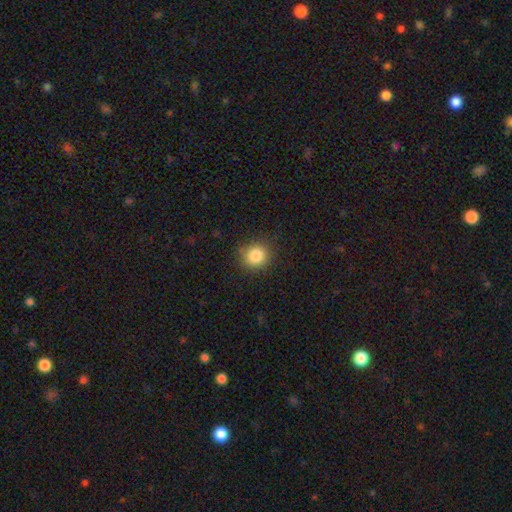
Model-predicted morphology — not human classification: This appears to be a smooth galaxy with no disk features (84%) that is round (87%). Merging: none (85%).